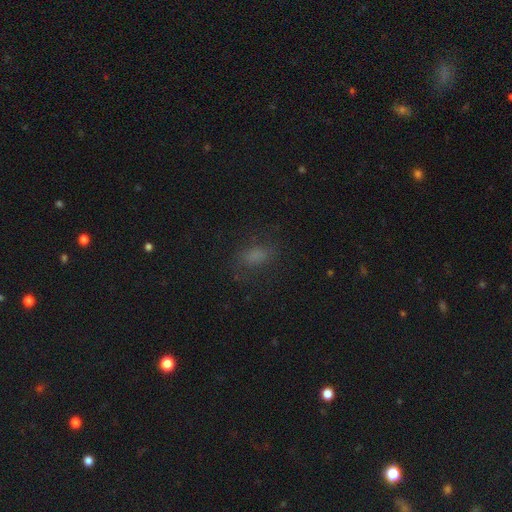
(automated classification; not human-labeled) A smooth galaxy with no disk features (64%) that is in between round and cigar-shaped (81%).

Vote fractions:
- Smooth or featured? smooth: 64% / star or artifact: 19% / featured or disk: 16%
- How rounded? in between: 81% / round: 14% / cigar-shaped: 6%
- Merging? none: 67% / minor disturbance: 18% / major disturbance: 13% / merger: 2%